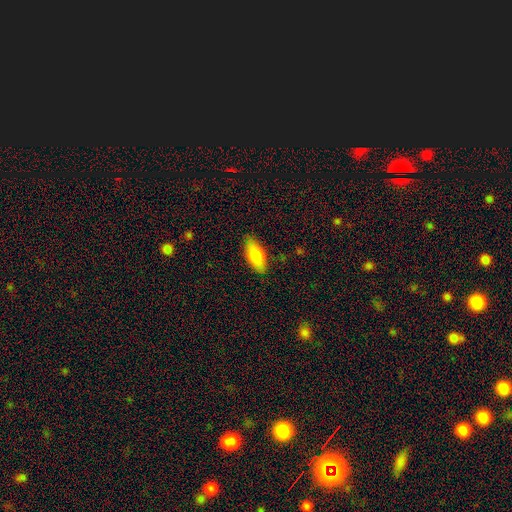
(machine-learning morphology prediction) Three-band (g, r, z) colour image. It shows a smooth galaxy with no disk features (77%) that is in between round and cigar-shaped (87%). Merging: none (85%).